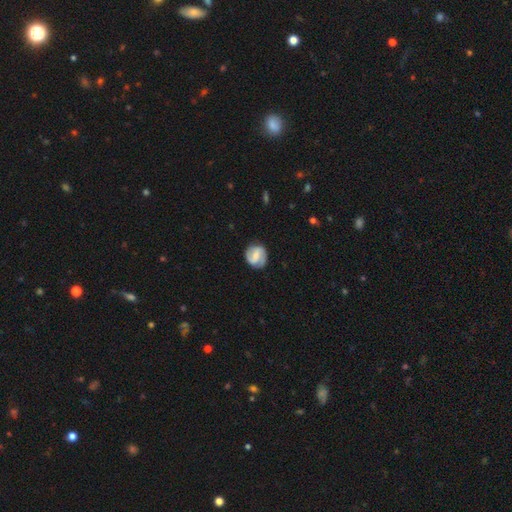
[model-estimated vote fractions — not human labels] Smooth or featured: featured or disk — 68% (smooth — 26%)
Edge-on disk: no — 98% (yes — 2%)
Bar: weak — 46% (strong — 37%)
Spiral arms: yes — 89% (no — 11%)
Spiral winding: medium — 42% (tight — 35%)
Spiral arm count: 2 — 86% (can't tell — 7%)
Bulge size: small — 44% (moderate — 34%)
Merging: none — 81% (minor disturbance — 14%)